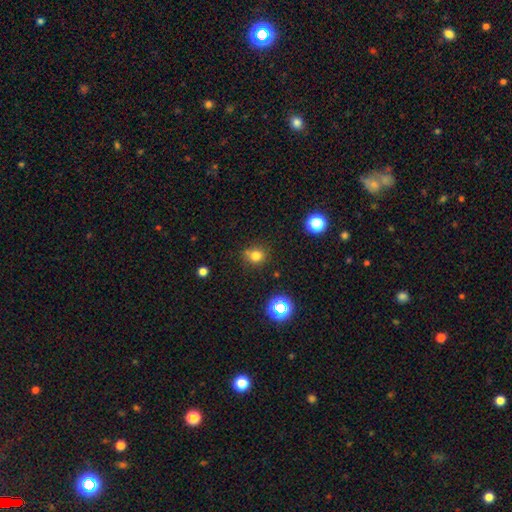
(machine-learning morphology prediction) A smooth galaxy with no disk features (76%) that is round (80%).

Vote fractions:
- Smooth or featured? smooth: 76% / star or artifact: 17% / featured or disk: 7%
- How rounded? round: 80% / in between: 19% / cigar-shaped: 1%
- Merging? none: 72% / minor disturbance: 15% / merger: 9% / major disturbance: 4%